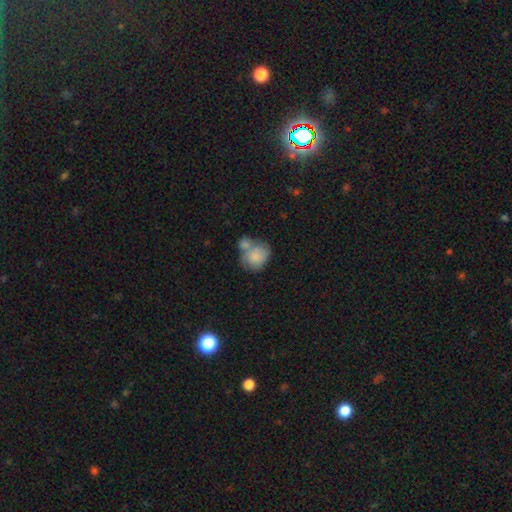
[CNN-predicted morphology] type=smooth (80%); roundness=round (60%); merging=merger (51%).